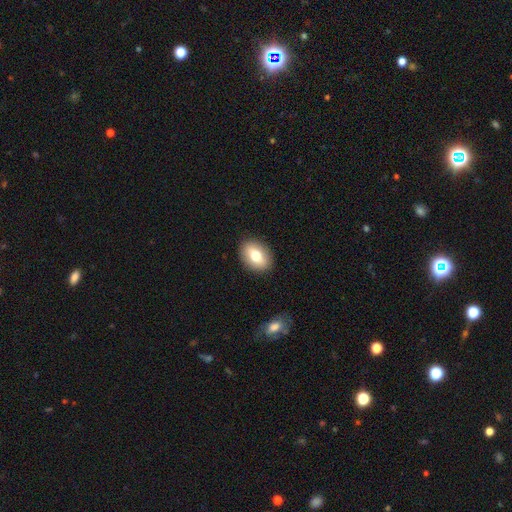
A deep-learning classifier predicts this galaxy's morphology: smooth-or-featured: smooth: 73% | featured or disk: 20% | star or artifact: 8%
  how-rounded: in between: 77% | round: 21% | cigar-shaped: 1%
  merging: none: 90% | minor disturbance: 7% | major disturbance: 2% | merger: 1%